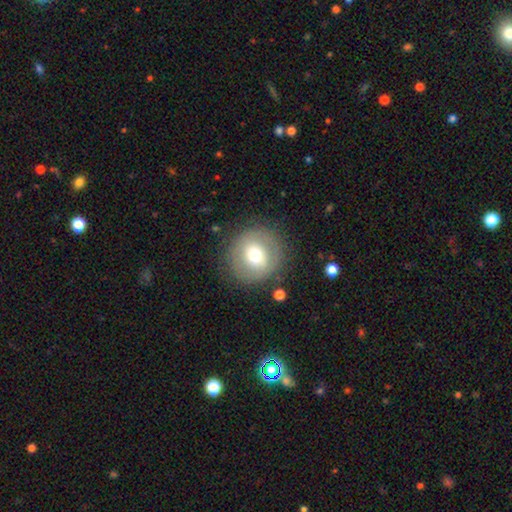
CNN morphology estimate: The model was most divided on "smooth or featured": smooth: 57%, featured or disk: 32%, star or artifact: 12%. More confident: how rounded — round (91%); merging — none (87%).